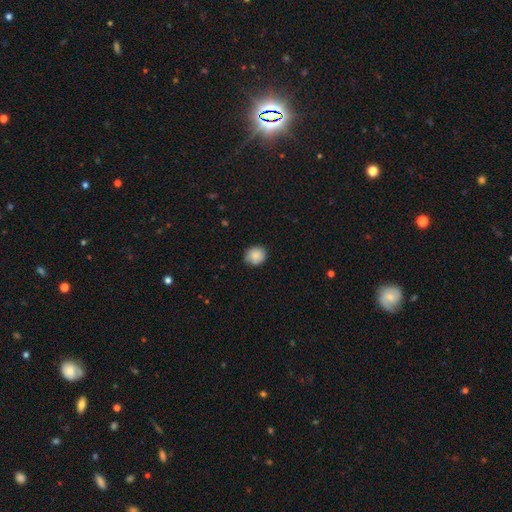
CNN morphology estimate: type=smooth (86%); roundness=round (79%); merging=none (79%).